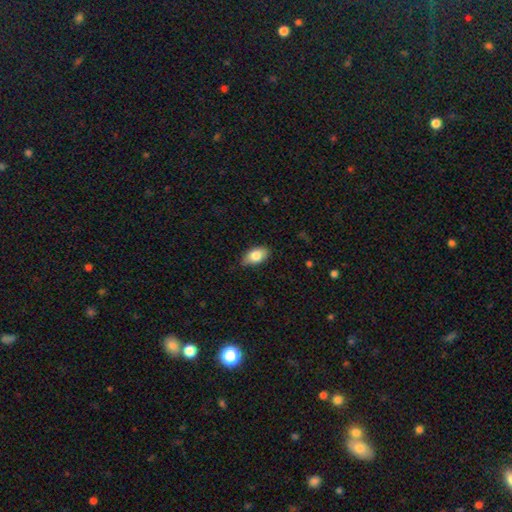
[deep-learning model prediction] Smooth or featured? smooth (81%)
How rounded? in between (92%)
Merging? none (81%)